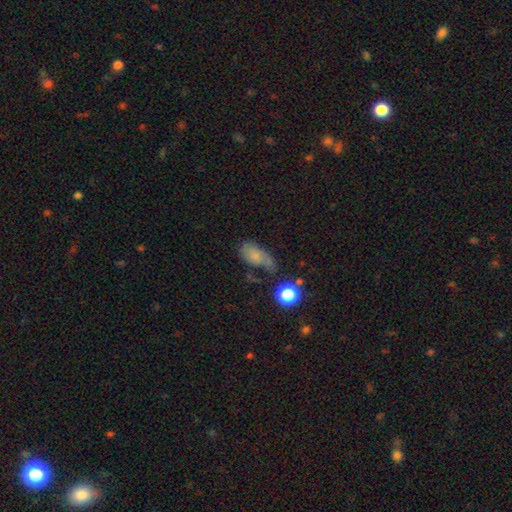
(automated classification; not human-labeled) smooth-or-featured: smooth: 58% | featured or disk: 29% | star or artifact: 13%
  how-rounded: in between: 86% | round: 9% | cigar-shaped: 4%
  merging: none: 41% | minor disturbance: 32% | major disturbance: 19% | merger: 8%